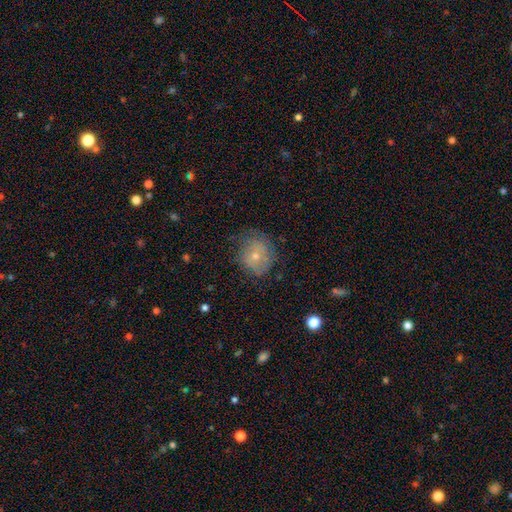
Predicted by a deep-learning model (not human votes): Smooth or featured?
  - smooth: 57% *
  - featured or disk: 33%
  - star or artifact: 10%
How rounded?
  - round: 72% *
  - in between: 27%
  - cigar-shaped: 1%
Merging?
  - none: 58% *
  - minor disturbance: 27%
  - major disturbance: 14%
  - merger: 2%